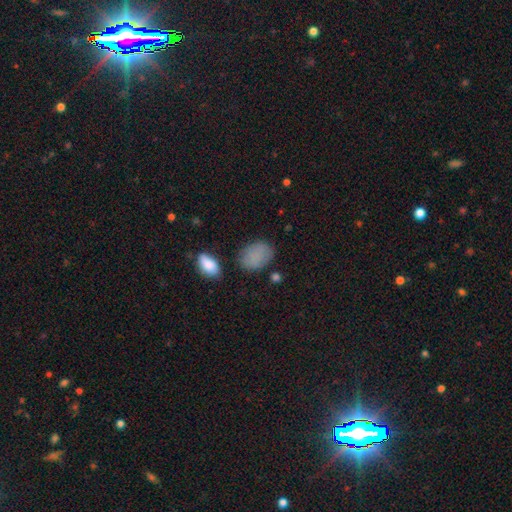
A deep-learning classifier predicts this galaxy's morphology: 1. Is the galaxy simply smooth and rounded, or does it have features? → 85% smooth, 9% star or artifact, 6% featured or disk.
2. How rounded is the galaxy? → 78% in between, 21% round, 1% cigar-shaped.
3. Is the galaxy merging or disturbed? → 72% none, 19% minor disturbance, 5% major disturbance, 4% merger.